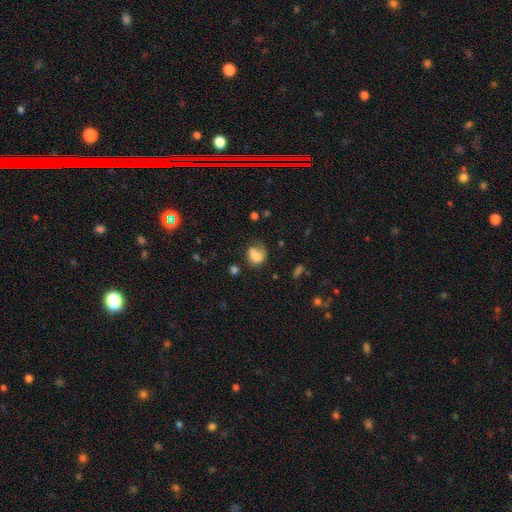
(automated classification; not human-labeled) This is likely a smooth galaxy (67%). How rounded: possibly in between (54%). Merging: marginally none (38%).